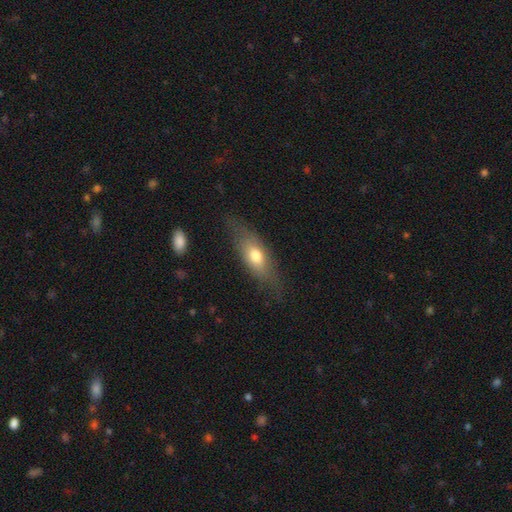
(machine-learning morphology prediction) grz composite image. It shows a smooth galaxy with no disk features (61%) that is in between round and cigar-shaped (66%). Merging: none (69%).